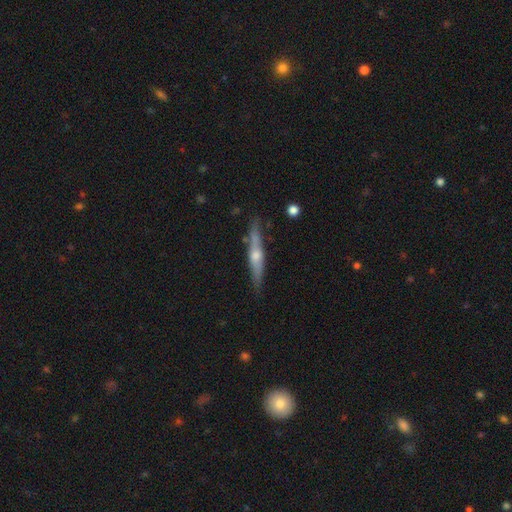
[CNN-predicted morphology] The model was most divided on "smooth or featured": featured or disk: 62%, smooth: 32%, star or artifact: 6%. More confident: edge-on disk — yes (94%); edge-on bulge — rounded (84%); merging — none (82%).